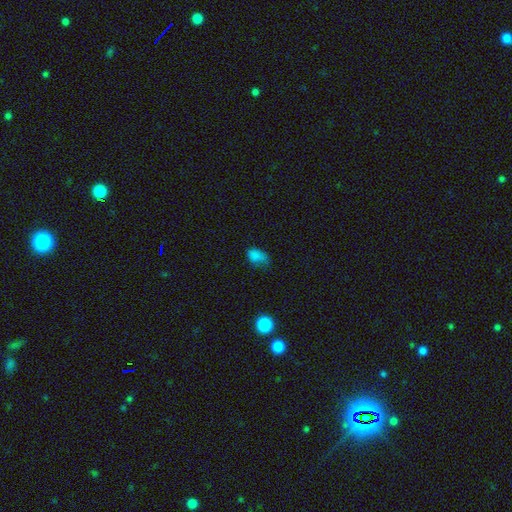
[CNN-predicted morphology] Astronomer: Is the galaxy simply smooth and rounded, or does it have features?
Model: smooth — 78%.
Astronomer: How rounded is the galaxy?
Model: in between — 81%.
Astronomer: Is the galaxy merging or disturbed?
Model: none — 39% (runner-up: minor disturbance, 38%).